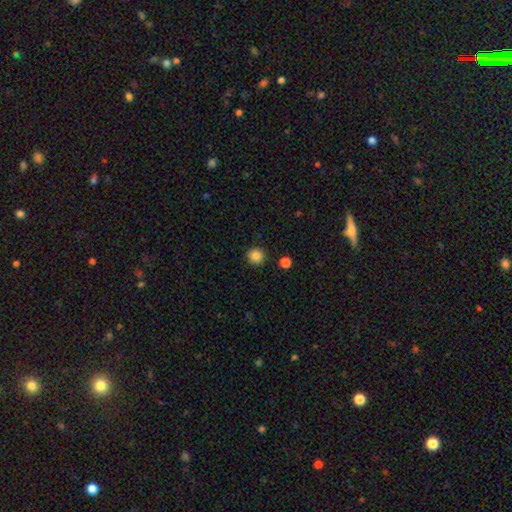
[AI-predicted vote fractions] Q: Smooth or featured?
A: smooth (86%); runner-up: star or artifact (10%)
Q: How rounded?
A: round (94%); runner-up: in between (5%)
Q: Merging?
A: none (91%); runner-up: minor disturbance (5%)